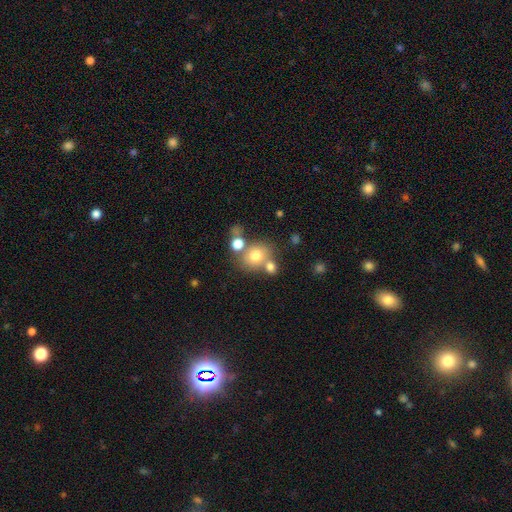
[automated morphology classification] This appears to be a smooth galaxy with no disk features (73%) that is round (71%). Merging: none (53%).